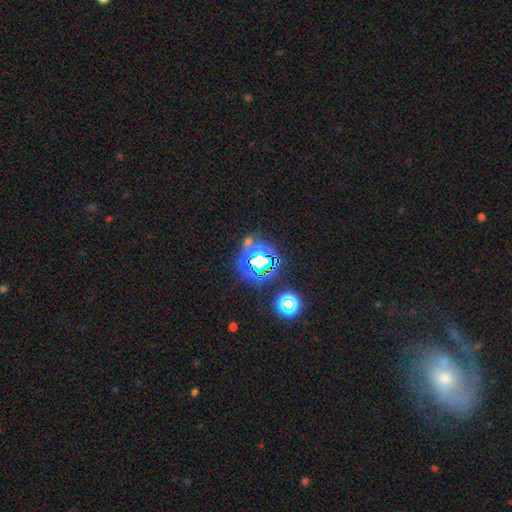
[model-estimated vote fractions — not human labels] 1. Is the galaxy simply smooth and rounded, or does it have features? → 75% star or artifact, 16% smooth, 9% featured or disk.